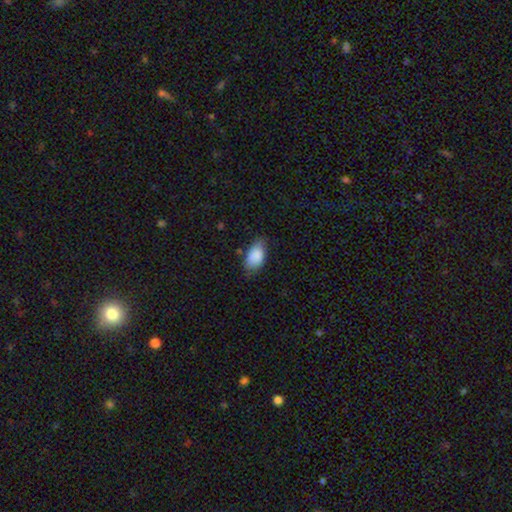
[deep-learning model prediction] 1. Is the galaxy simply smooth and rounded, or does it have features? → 87% smooth, 6% star or artifact, 6% featured or disk.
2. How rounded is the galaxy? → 93% in between, 5% round, 2% cigar-shaped.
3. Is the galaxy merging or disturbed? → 65% none, 28% minor disturbance, 5% major disturbance, 2% merger.